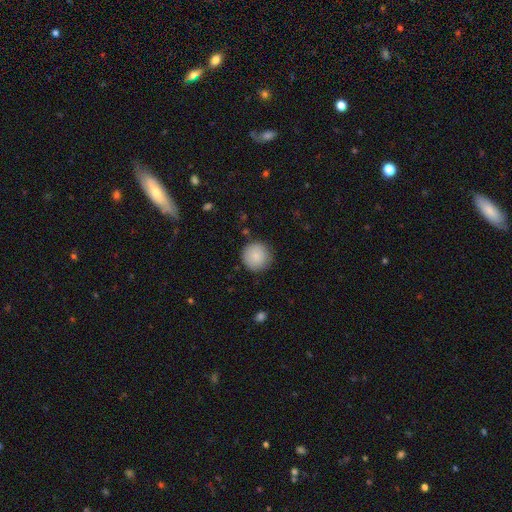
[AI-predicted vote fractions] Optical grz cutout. It shows a smooth galaxy with no disk features (87%) that is round (95%). Merging: none (86%).